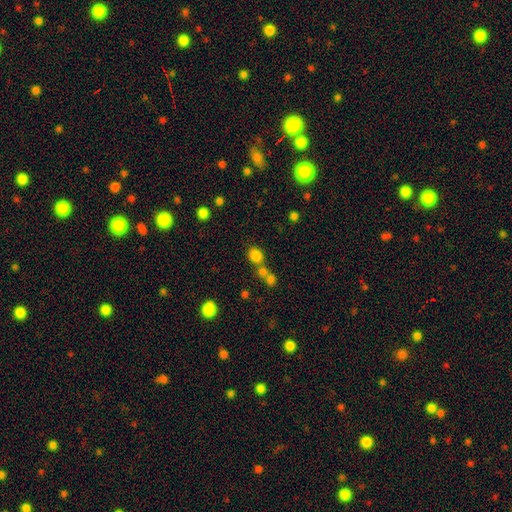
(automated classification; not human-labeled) This is likely a smooth galaxy (79%). How rounded: likely round (65%). Merging: possibly none (56%).